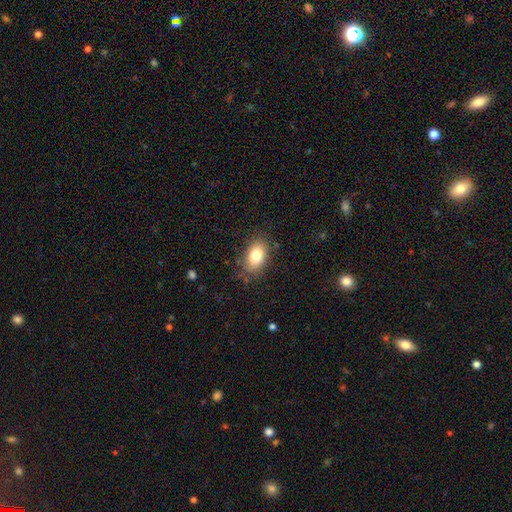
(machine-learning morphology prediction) This is clearly a smooth galaxy (81%). How rounded: clearly in between (88%). Merging: likely none (80%).